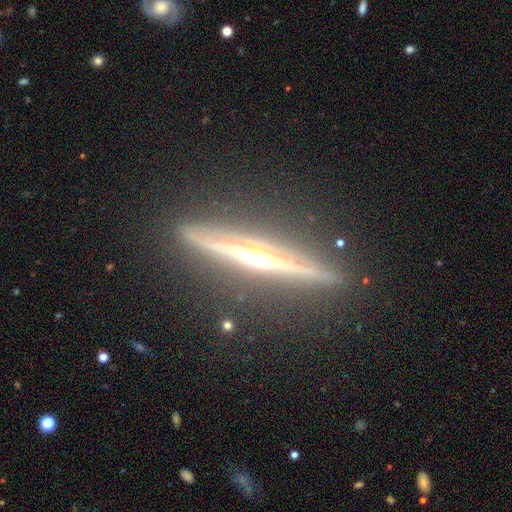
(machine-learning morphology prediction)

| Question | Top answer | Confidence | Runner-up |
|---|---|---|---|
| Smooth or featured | featured or disk | 86% | smooth (8%) |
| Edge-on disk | yes | 98% | no (2%) |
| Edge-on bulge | rounded | 88% | none (6%) |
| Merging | none | 89% | minor disturbance (8%) |